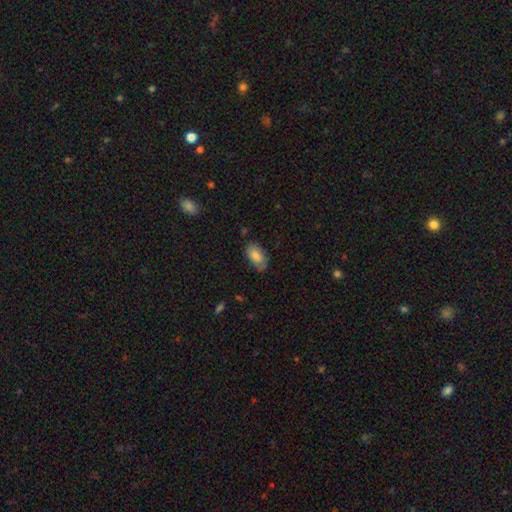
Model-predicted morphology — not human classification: Overall: smooth (81%). How rounded: in between (94%). Merging: none (69%).